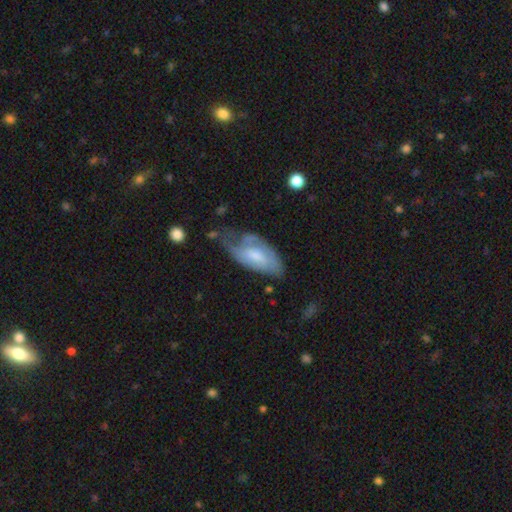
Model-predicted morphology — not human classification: Smooth or featured? Predicted: featured or disk (p=0.55). Edge-on disk? Predicted: no (p=0.91). Bar? Predicted: no (p=0.54). Spiral arms? Predicted: yes (p=0.73). Bulge size? Predicted: moderate (p=0.43). Merging? Predicted: minor disturbance (p=0.34).